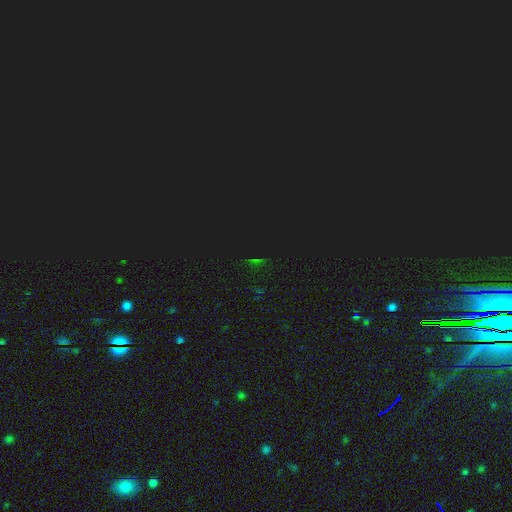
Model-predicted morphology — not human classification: Smooth or featured?
  - star or artifact: 76% *
  - smooth: 15%
  - featured or disk: 9%